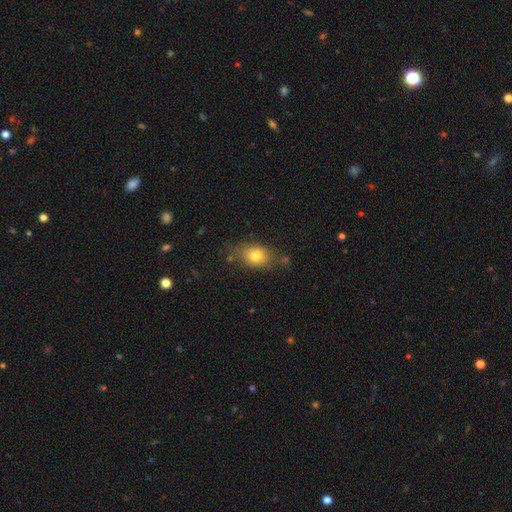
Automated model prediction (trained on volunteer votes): A smooth galaxy with no disk features (77%) that is in between round and cigar-shaped (62%). Merging: none (68%).